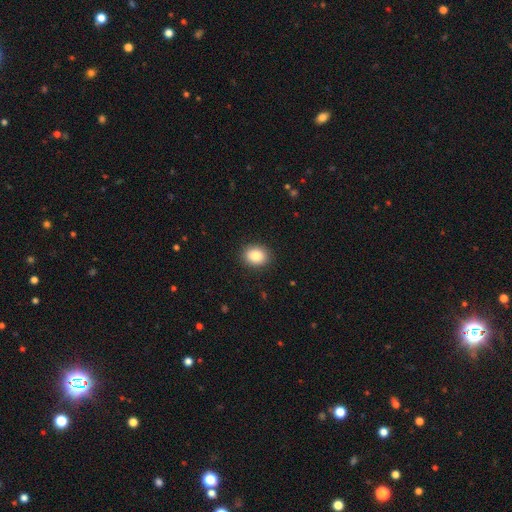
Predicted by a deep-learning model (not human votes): Smooth or featured? Predicted: smooth (p=0.85). How rounded? Predicted: round (p=0.53). Merging? Predicted: none (p=0.90).